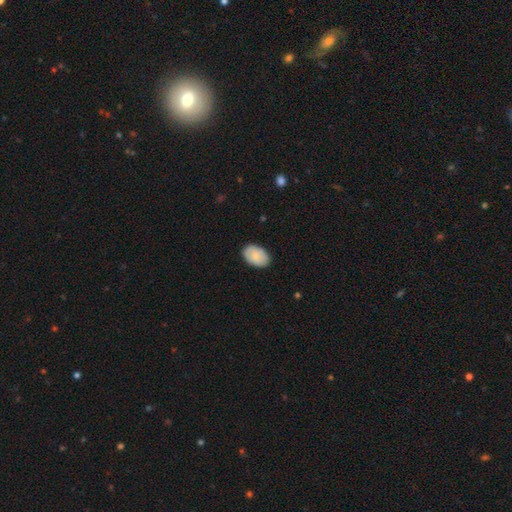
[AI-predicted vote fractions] A smooth galaxy with no disk features (82%) that is in between round and cigar-shaped (89%).

Vote fractions:
- Smooth or featured? smooth: 82% / featured or disk: 12% / star or artifact: 6%
- How rounded? in between: 89% / round: 10% / cigar-shaped: 1%
- Merging? none: 85% / minor disturbance: 12% / major disturbance: 2% / merger: 1%